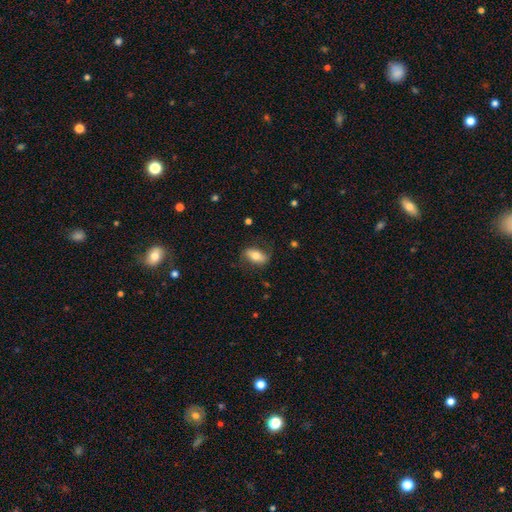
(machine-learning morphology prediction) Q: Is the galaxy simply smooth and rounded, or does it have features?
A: smooth — 65%.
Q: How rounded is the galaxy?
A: in between — 87%.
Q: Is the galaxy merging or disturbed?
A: none — 74%.